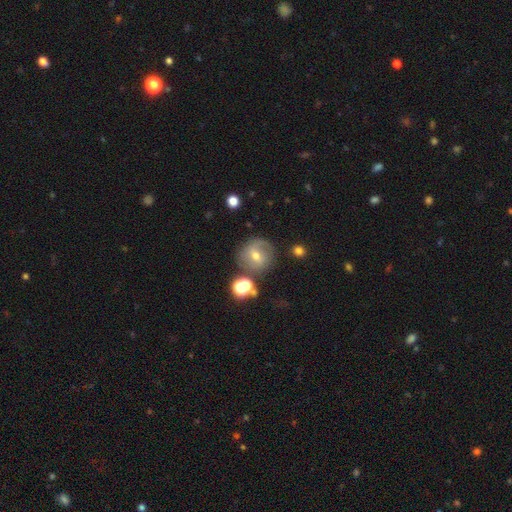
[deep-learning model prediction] featured or disk 50%, smooth 36%, star or artifact 13%. Down the decision tree: edge-on disk — no (96%); merging — none (69%).